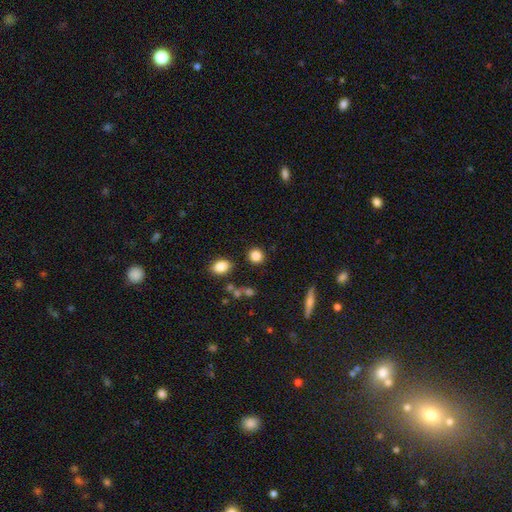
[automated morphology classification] Smooth or featured?
  - smooth: 84% *
  - star or artifact: 11%
  - featured or disk: 5%
How rounded?
  - round: 85% *
  - in between: 14%
  - cigar-shaped: 1%
Merging?
  - none: 86% *
  - minor disturbance: 7%
  - merger: 4%
  - major disturbance: 3%